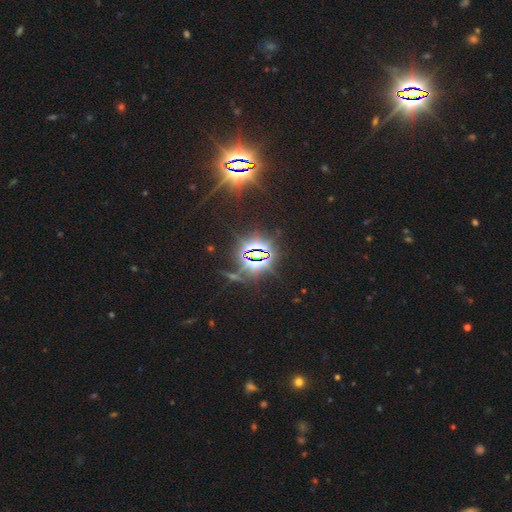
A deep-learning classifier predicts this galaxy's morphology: smooth_or_featured: star or artifact (p=0.87) [alt: featured or disk p=0.07]